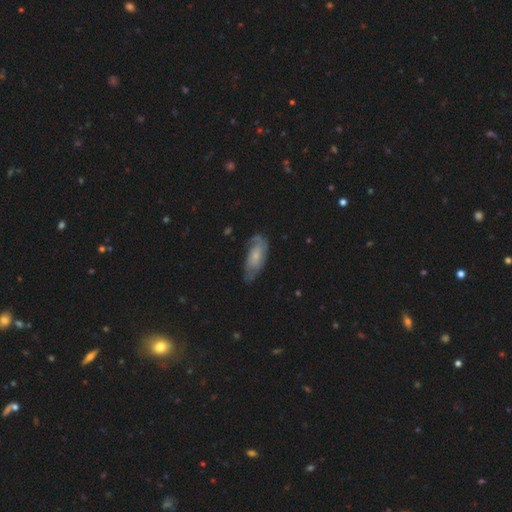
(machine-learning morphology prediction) This is likely a featured or disk galaxy (61%). It is clearly not viewed edge-on (89%). Bar: likely no (67%). Spiral arm pattern: clearly yes (86%). Central bulge: possibly small (52%). Merging: possibly none (60%).